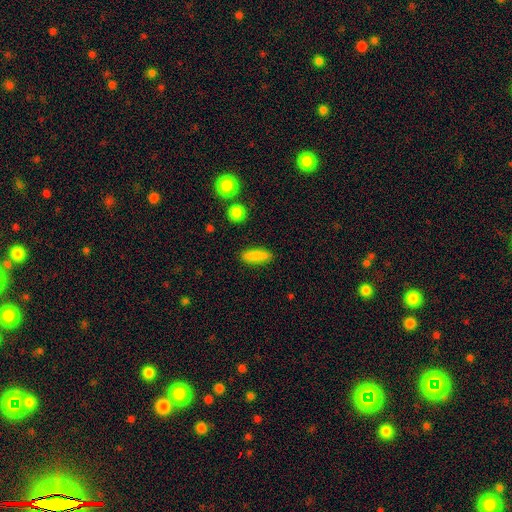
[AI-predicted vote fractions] This is clearly a smooth galaxy (87%). How rounded: possibly in between (49%). Merging: clearly none (88%).